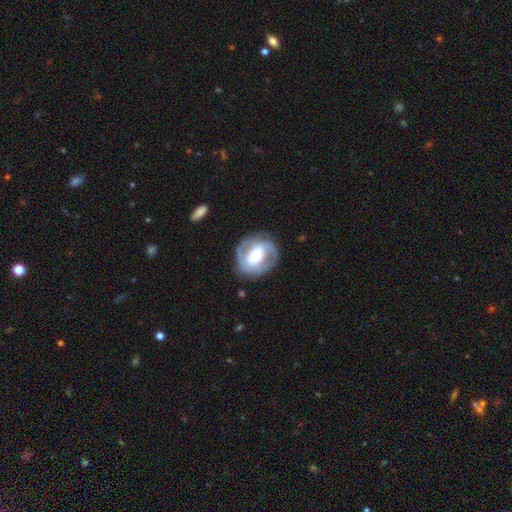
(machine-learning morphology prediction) Q: Smooth or featured?
A: featured or disk (76%); runner-up: smooth (19%)
Q: Edge-on disk?
A: no (97%); runner-up: yes (3%)
Q: Bar?
A: no (49%); runner-up: weak (30%)
Q: Spiral arms?
A: yes (79%); runner-up: no (21%)
Q: Spiral winding?
A: tight (47%); runner-up: medium (40%)
Q: Spiral arm count?
A: 2 (80%); runner-up: can't tell (11%)
Q: Bulge size?
A: moderate (53%); runner-up: small (30%)
Q: Merging?
A: none (79%); runner-up: minor disturbance (13%)